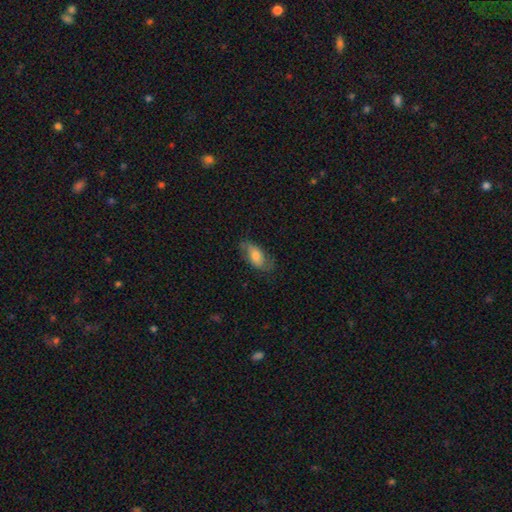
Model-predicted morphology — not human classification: Q: Smooth or featured?
A: smooth (61%); runner-up: featured or disk (31%)
Q: How rounded?
A: in between (87%); runner-up: cigar-shaped (8%)
Q: Merging?
A: none (65%); runner-up: minor disturbance (23%)